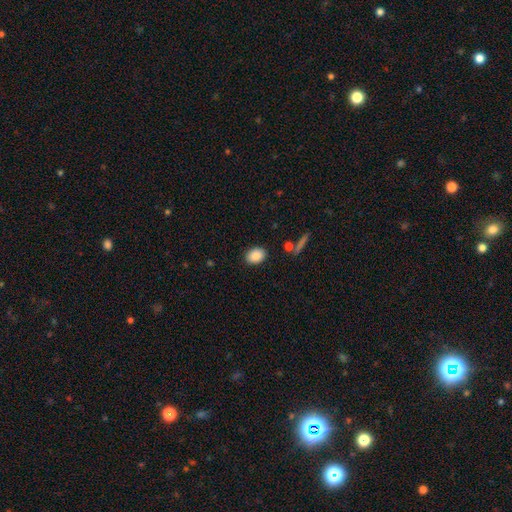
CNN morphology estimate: This is clearly a smooth galaxy (87%). How rounded: likely in between (72%). Merging: clearly none (87%).